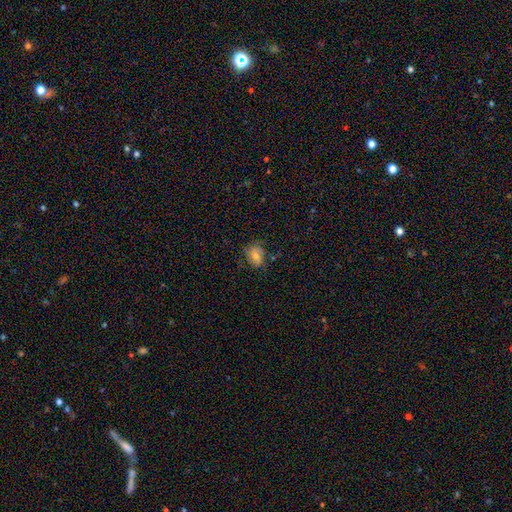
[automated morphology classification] This is possibly a smooth galaxy (47%). Merging: likely none (70%).